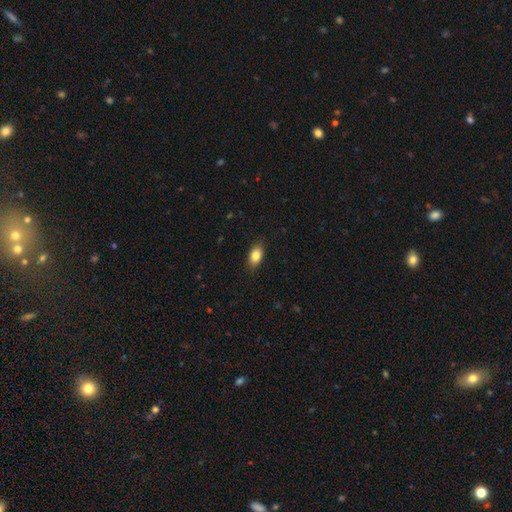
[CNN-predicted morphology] This is clearly a smooth galaxy (84%). How rounded: clearly in between (89%). Merging: clearly none (87%).